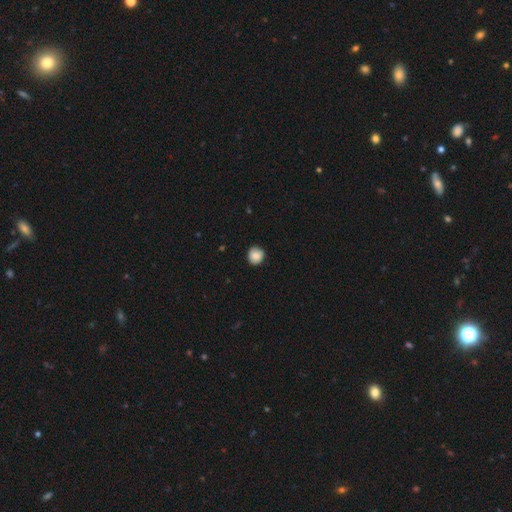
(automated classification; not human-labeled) smooth 86%, star or artifact 8%, featured or disk 6%. Down the decision tree: how rounded — round (87%); merging — none (86%).